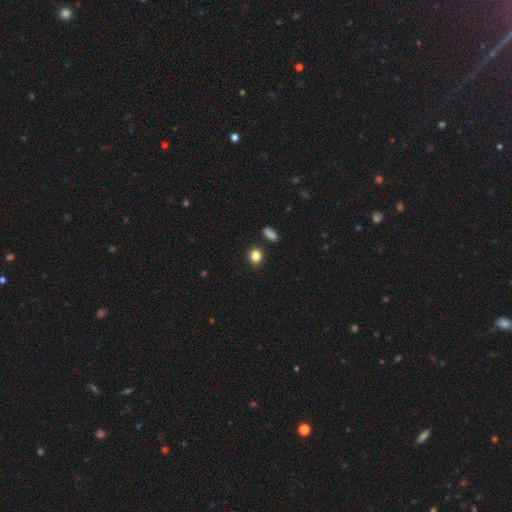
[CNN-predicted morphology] smooth_or_featured: smooth (p=0.85) [alt: star or artifact p=0.11]
how_rounded: round (p=0.66) [alt: in between p=0.33]
merging: none (p=0.87) [alt: minor disturbance p=0.07]